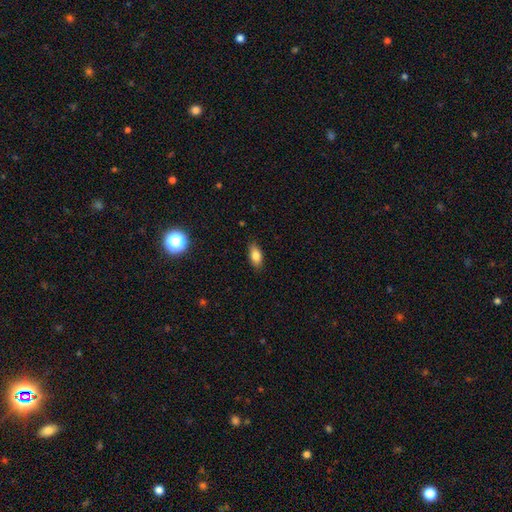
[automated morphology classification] This appears to be a smooth galaxy with no disk features (82%) that is in between round and cigar-shaped (88%). Merging: none (85%).